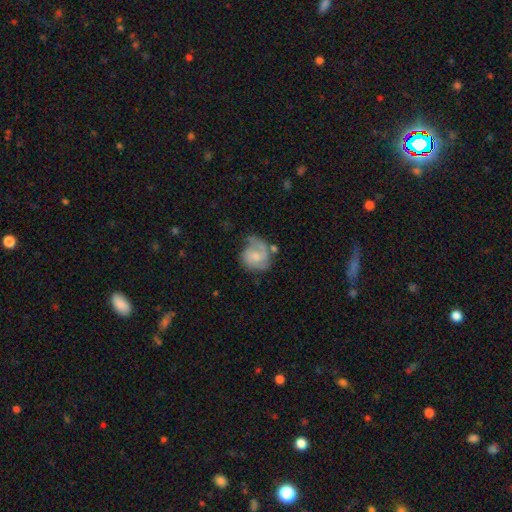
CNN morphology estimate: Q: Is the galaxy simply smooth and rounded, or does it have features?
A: featured or disk — 60%.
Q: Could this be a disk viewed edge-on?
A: no — 98%.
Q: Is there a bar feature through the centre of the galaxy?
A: no — 63%.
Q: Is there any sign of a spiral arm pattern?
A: yes — 86%.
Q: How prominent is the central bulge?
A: moderate — 42%.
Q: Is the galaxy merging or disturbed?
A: none — 43%.